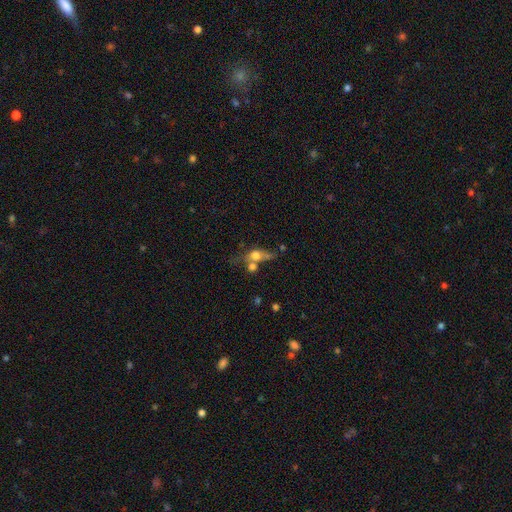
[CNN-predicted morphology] Smooth or featured? smooth (53%)
How rounded? in between (47%)
Merging? merger (41%)